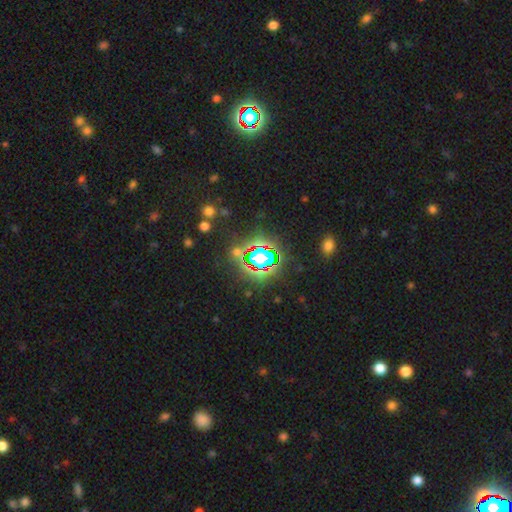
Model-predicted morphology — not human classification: This appears to be a star or artifact, not a galaxy (81%).